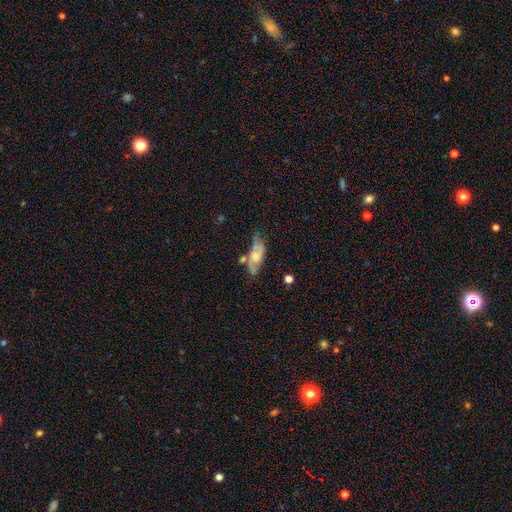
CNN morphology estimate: The model was most divided on "smooth or featured": featured or disk: 51%, smooth: 42%, star or artifact: 8%. Remaining: edge-on disk — no (79%); merging — none (44%).